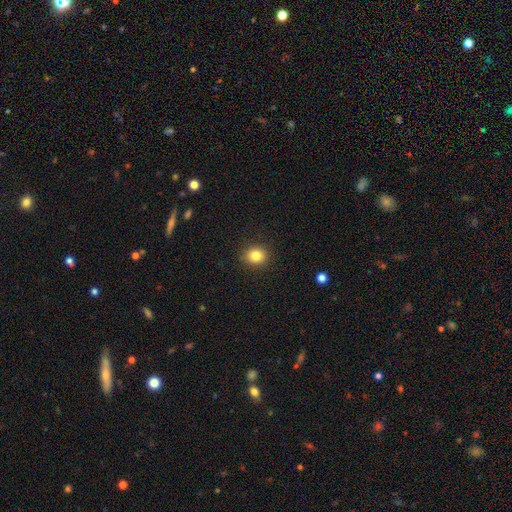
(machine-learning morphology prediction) Overall: smooth (84%). How rounded: round (70%). Merging: none (90%).